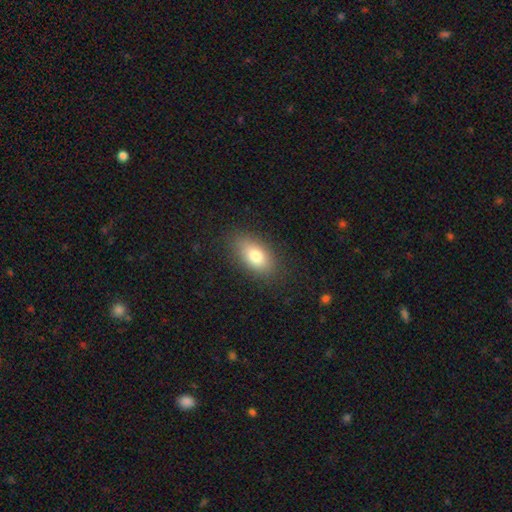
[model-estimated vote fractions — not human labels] A smooth galaxy with no disk features (79%) that is in between round and cigar-shaped (89%).

Vote fractions:
- Smooth or featured? smooth: 79% / featured or disk: 13% / star or artifact: 8%
- How rounded? in between: 89% / round: 7% / cigar-shaped: 4%
- Merging? none: 84% / minor disturbance: 11% / major disturbance: 4% / merger: 1%